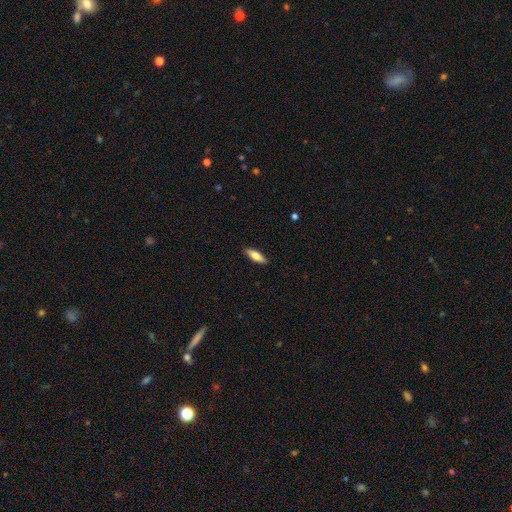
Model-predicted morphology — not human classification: Smooth or featured: smooth — 66% (featured or disk — 28%)
How rounded: cigar-shaped — 50% (in between — 48%)
Merging: none — 89% (minor disturbance — 8%)